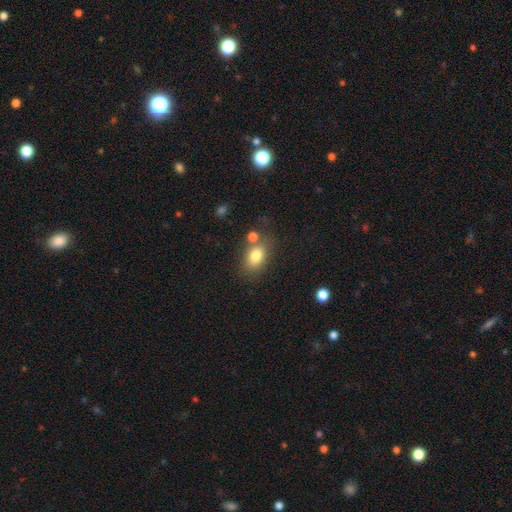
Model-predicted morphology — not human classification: This appears to be a smooth galaxy with no disk features (81%) that is in between round and cigar-shaped (77%). Merging: none (64%).